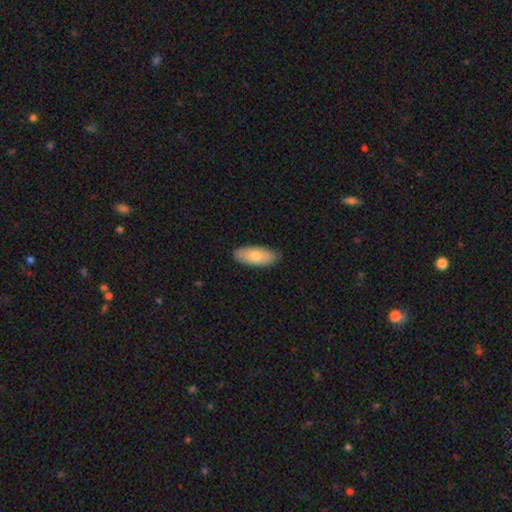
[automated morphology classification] type=smooth (73%); roundness=in between (84%); merging=none (87%).